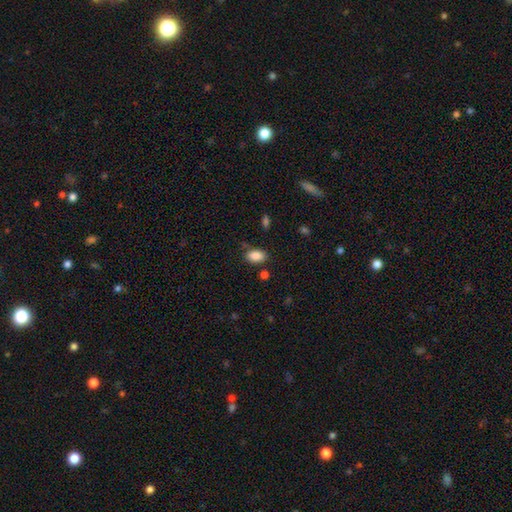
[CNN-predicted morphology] A smooth galaxy with no disk features (87%) that is in between round and cigar-shaped (90%). Merging: none (80%).